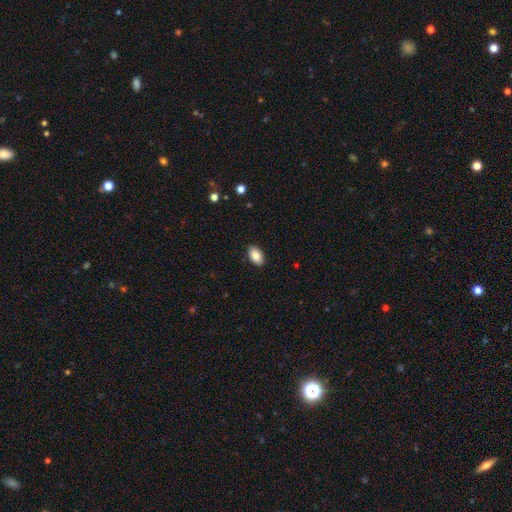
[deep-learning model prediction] Overall: smooth (86%). How rounded: in between (93%). Merging: none (89%).